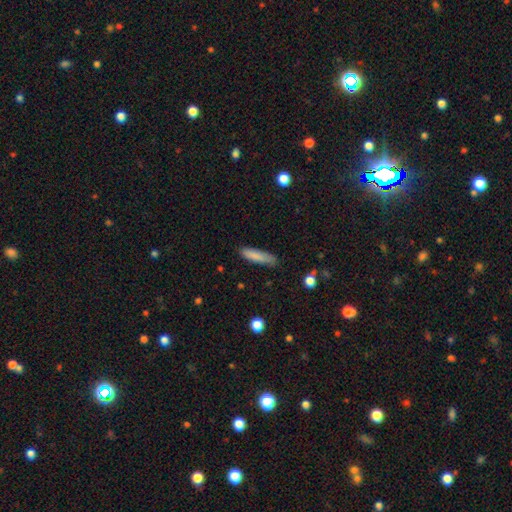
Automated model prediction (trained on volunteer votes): smooth-or-featured: smooth: 84% | featured or disk: 10% | star or artifact: 6%
  how-rounded: cigar-shaped: 75% | in between: 24% | round: 1%
  merging: none: 78% | minor disturbance: 17% | major disturbance: 3% | merger: 2%